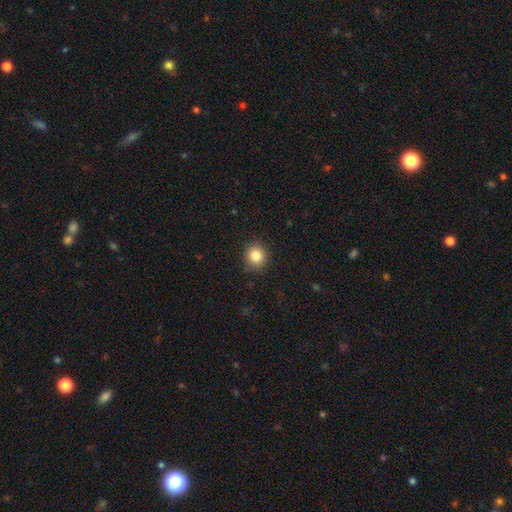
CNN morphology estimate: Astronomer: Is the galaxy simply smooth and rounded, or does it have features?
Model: smooth — 85%.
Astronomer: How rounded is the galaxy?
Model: round — 85%.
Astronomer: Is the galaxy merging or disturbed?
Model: none — 89%.